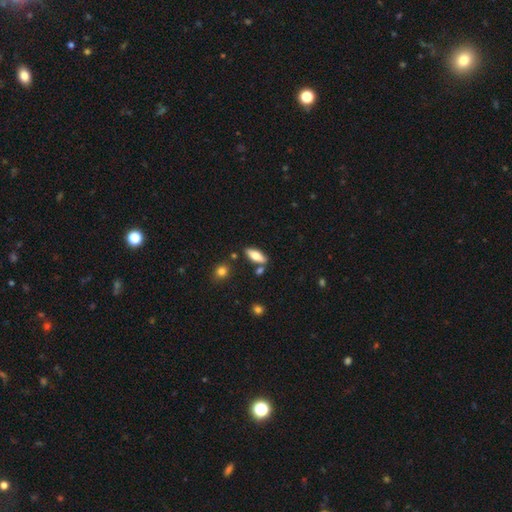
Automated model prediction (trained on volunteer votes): The model was most divided on "smooth or featured": smooth: 68%, featured or disk: 26%, star or artifact: 6%. More confident: merging — none (79%); how rounded — in between (72%).